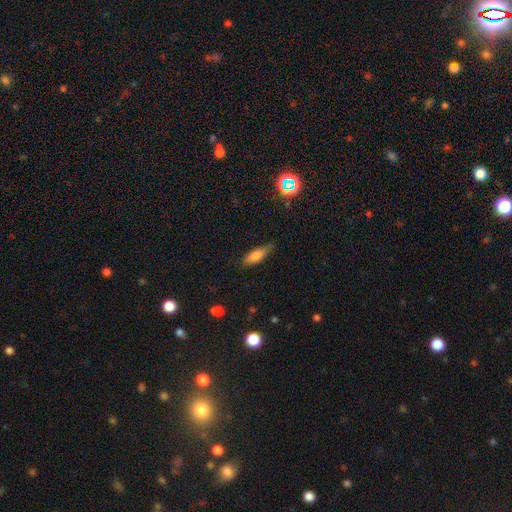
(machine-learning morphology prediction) Smooth or featured?
  - smooth: 77% *
  - featured or disk: 15%
  - star or artifact: 9%
How rounded?
  - in between: 57% *
  - cigar-shaped: 41%
  - round: 2%
Merging?
  - none: 76% *
  - minor disturbance: 19%
  - major disturbance: 4%
  - merger: 1%